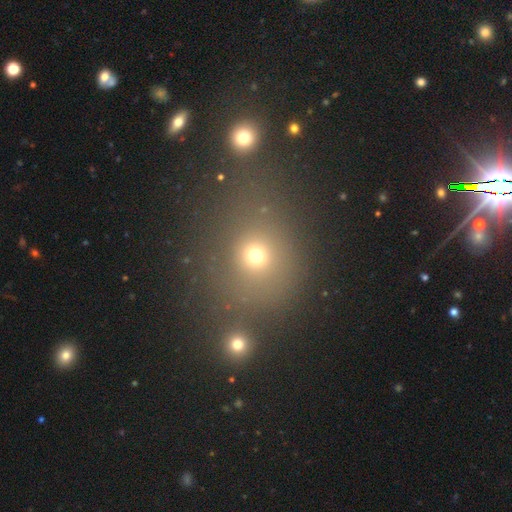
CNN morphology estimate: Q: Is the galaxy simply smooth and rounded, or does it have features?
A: smooth — 61%.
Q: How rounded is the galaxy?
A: round — 78%.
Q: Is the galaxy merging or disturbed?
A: none — 68%.